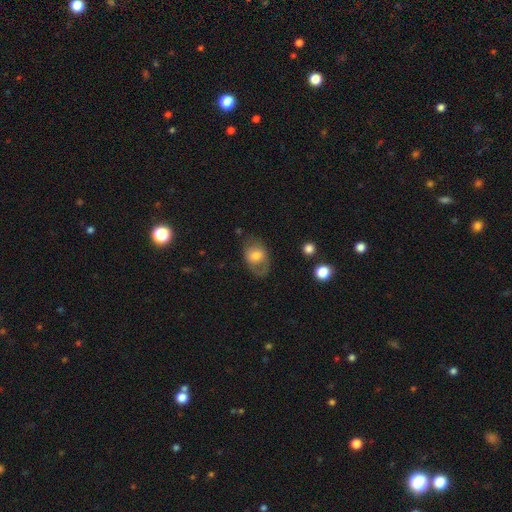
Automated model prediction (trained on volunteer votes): A smooth galaxy with no disk features (61%) that is in between round and cigar-shaped (70%).

Vote fractions:
- Smooth or featured? smooth: 61% / featured or disk: 31% / star or artifact: 8%
- How rounded? in between: 70% / round: 29% / cigar-shaped: 1%
- Merging? none: 56% / minor disturbance: 25% / major disturbance: 17% / merger: 2%